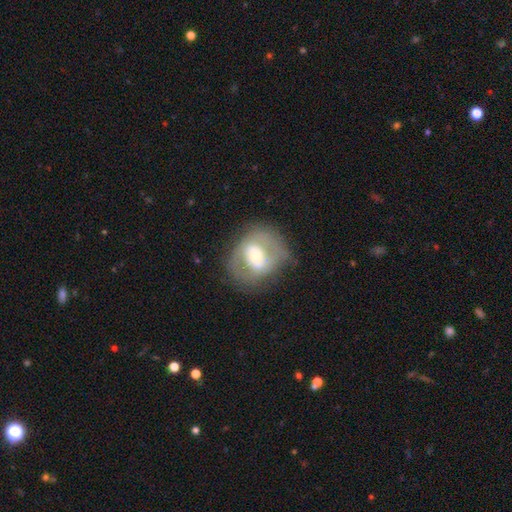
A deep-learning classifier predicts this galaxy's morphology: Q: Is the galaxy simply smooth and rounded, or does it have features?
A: featured or disk — 61%.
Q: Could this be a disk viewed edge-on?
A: no — 95%.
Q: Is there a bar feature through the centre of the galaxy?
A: no — 43%.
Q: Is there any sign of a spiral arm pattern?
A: no — 52%.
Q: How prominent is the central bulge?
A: moderate — 57%.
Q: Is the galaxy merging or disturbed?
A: none — 63%.